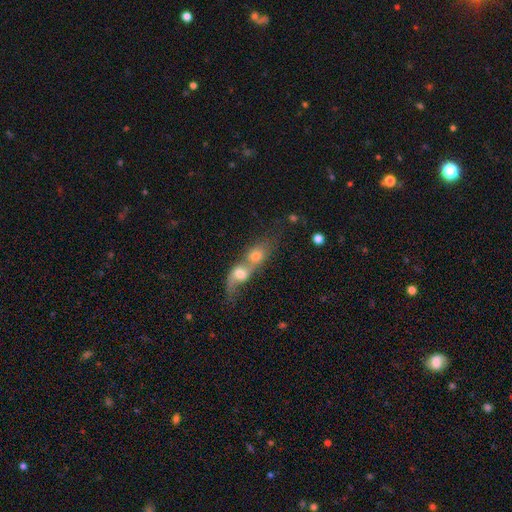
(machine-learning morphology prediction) Smooth or featured? smooth (58%)
How rounded? in between (50%)
Merging? merger (81%)